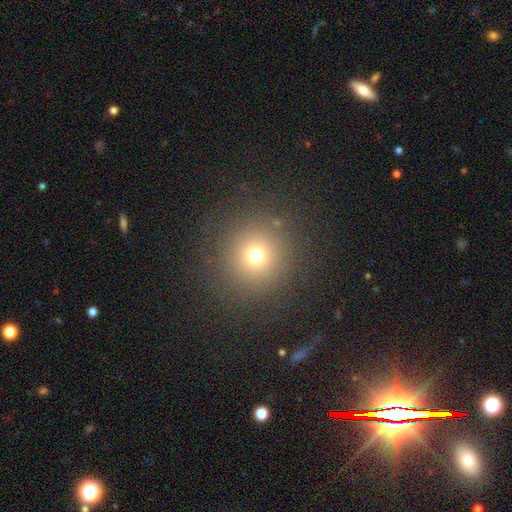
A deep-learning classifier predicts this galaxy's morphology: The model was most divided on "smooth or featured": smooth: 70%, star or artifact: 21%, featured or disk: 10%. More confident: how rounded — round (93%); merging — none (85%).